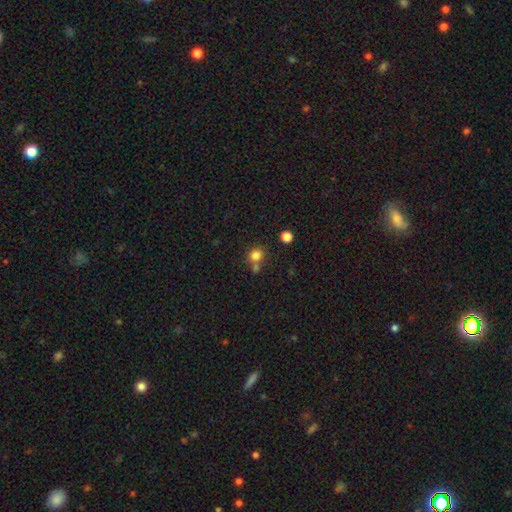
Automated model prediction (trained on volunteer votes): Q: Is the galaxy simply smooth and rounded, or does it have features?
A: smooth — 80%.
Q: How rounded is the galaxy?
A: round — 83%.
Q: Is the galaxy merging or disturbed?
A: none — 60%.